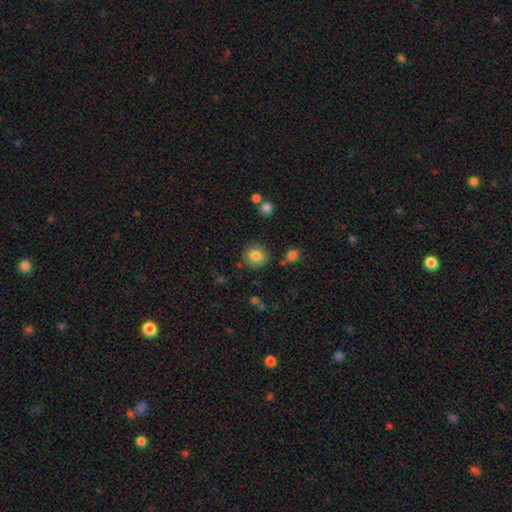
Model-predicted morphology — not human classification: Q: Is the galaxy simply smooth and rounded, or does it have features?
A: smooth — 82%.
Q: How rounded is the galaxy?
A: round — 85%.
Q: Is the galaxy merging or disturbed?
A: none — 85%.